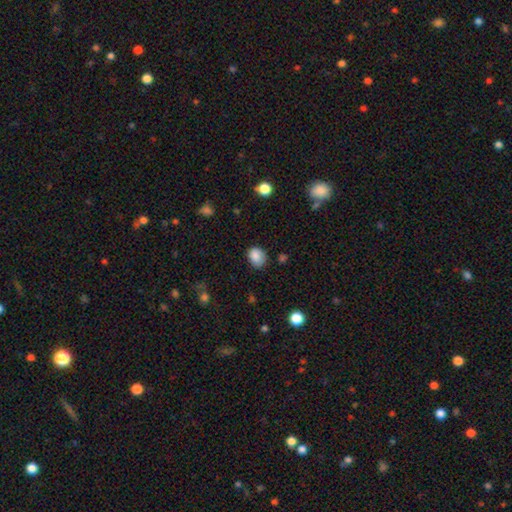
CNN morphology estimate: Overall: smooth (86%). How rounded: in between (52%; round 47%). Merging: none (68%).